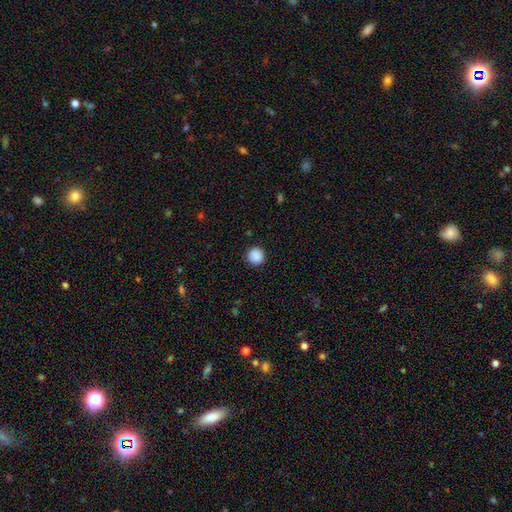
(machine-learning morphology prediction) Q: Smooth or featured?
A: smooth (89%); runner-up: star or artifact (8%)
Q: How rounded?
A: round (95%); runner-up: in between (4%)
Q: Merging?
A: none (91%); runner-up: minor disturbance (6%)